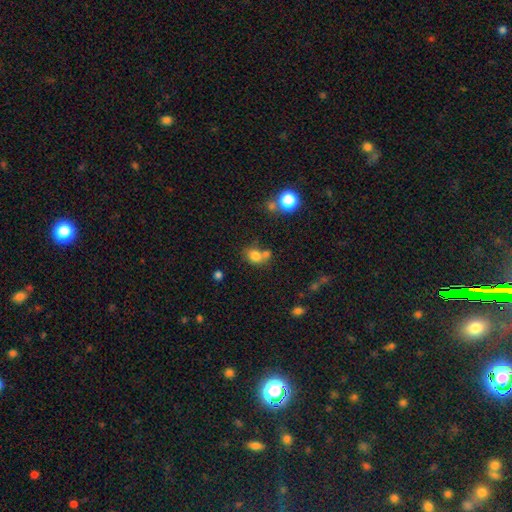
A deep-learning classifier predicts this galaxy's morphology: A smooth galaxy with no disk features (77%) that is round (50%).

Vote fractions:
- Smooth or featured? smooth: 77% / star or artifact: 13% / featured or disk: 10%
- How rounded? round: 50% / in between: 49% / cigar-shaped: 1%
- Merging? none: 45% / merger: 36% / minor disturbance: 13% / major disturbance: 6%